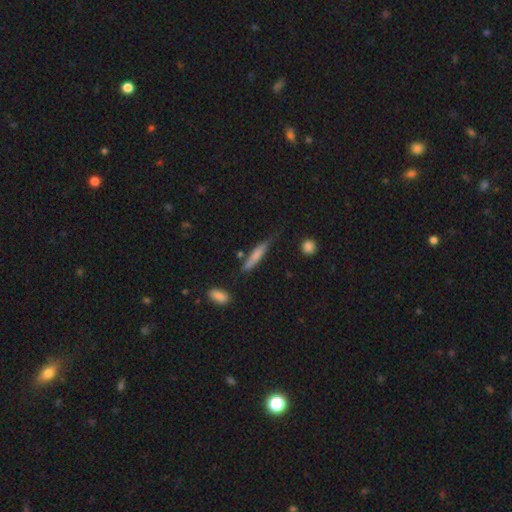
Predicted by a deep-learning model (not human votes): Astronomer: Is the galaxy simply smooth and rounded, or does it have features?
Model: smooth — 67%.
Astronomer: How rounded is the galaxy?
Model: cigar-shaped — 88%.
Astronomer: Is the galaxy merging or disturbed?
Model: none — 65%.